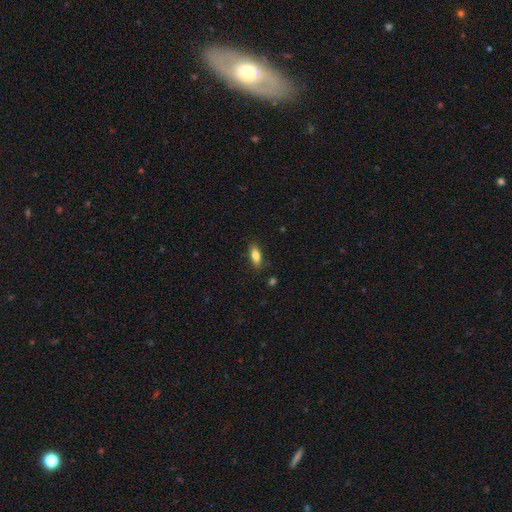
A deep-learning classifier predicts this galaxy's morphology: smooth 80%, featured or disk 13%, star or artifact 7%. Down the decision tree: how rounded — in between (76%); merging — none (84%).